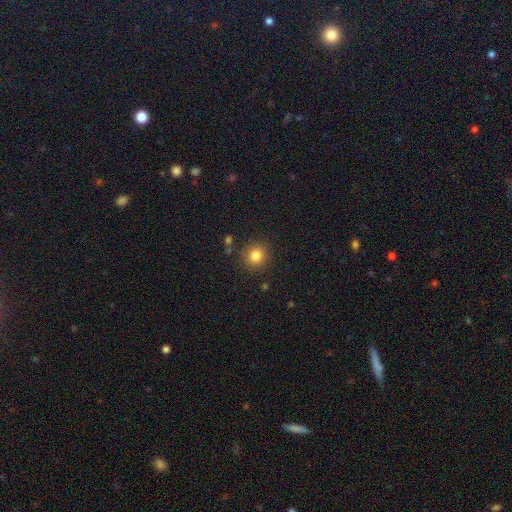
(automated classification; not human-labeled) Morphology: type=smooth (82%); roundness=round (90%); merging=none (87%).